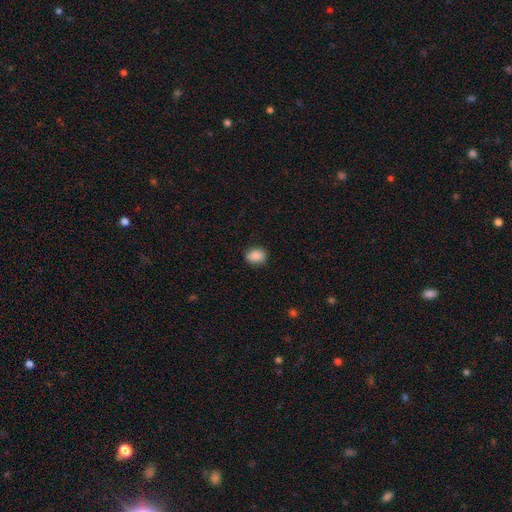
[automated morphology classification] Smooth or featured?
  - smooth: 89% *
  - star or artifact: 8%
  - featured or disk: 3%
How rounded?
  - in between: 67% *
  - round: 32%
  - cigar-shaped: 1%
Merging?
  - none: 87% *
  - minor disturbance: 10%
  - major disturbance: 2%
  - merger: 1%